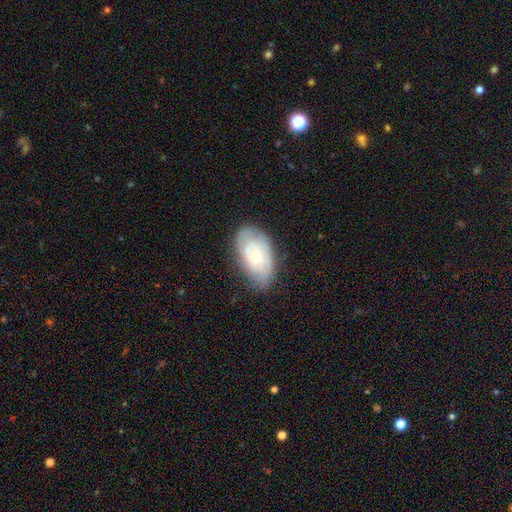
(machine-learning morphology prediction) smooth_or_featured: featured or disk (p=0.59) [alt: smooth p=0.34]
disk_edge_on: no (p=0.94) [alt: yes p=0.06]
bar: no (p=0.77) [alt: weak p=0.19]
has_spiral_arms: yes (p=0.75) [alt: no p=0.25]
bulge_size: small (p=0.63) [alt: moderate p=0.33]
merging: none (p=0.70) [alt: minor disturbance p=0.22]